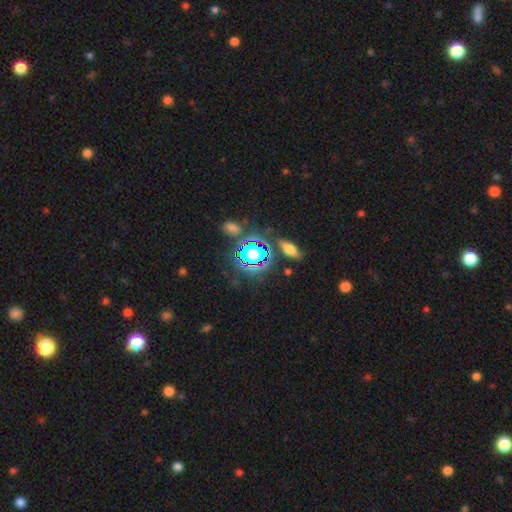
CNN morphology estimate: The model was most divided on "smooth or featured": star or artifact: 76%, smooth: 15%, featured or disk: 9%.